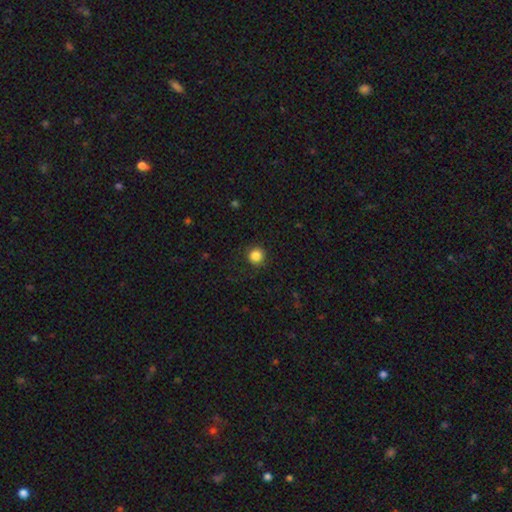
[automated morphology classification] Smooth or featured? Predicted: smooth (p=0.85). How rounded? Predicted: round (p=0.95). Merging? Predicted: none (p=0.90).